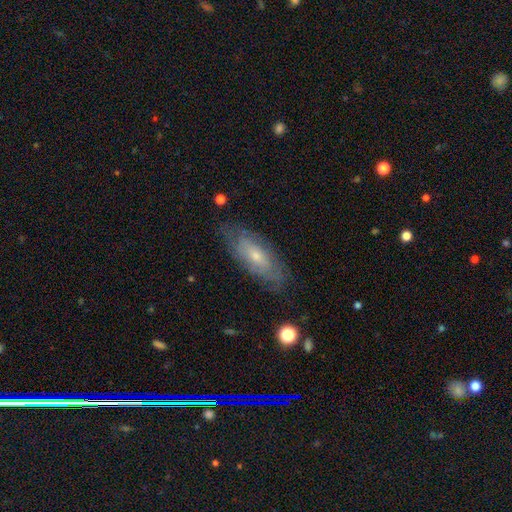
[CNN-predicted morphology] featured or disk 52%, smooth 41%, star or artifact 7%. Down the decision tree: edge-on disk — no (79%); merging — none (76%).